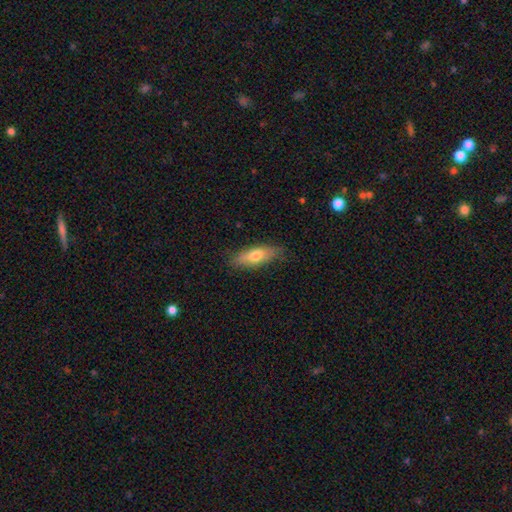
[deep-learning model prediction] smooth-or-featured: smooth: 66% | featured or disk: 28% | star or artifact: 6%
  how-rounded: in between: 56% | cigar-shaped: 41% | round: 3%
  merging: none: 81% | minor disturbance: 15% | major disturbance: 3% | merger: 1%